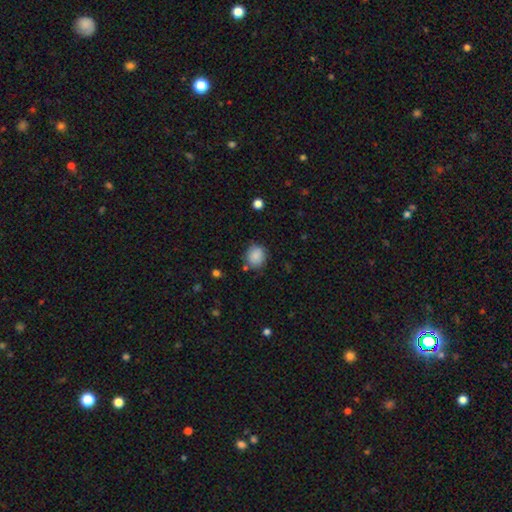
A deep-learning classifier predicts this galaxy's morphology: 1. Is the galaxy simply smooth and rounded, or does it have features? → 87% smooth, 9% star or artifact, 5% featured or disk.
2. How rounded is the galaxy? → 73% round, 26% in between, 1% cigar-shaped.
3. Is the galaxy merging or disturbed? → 79% none, 14% minor disturbance, 4% major disturbance, 3% merger.